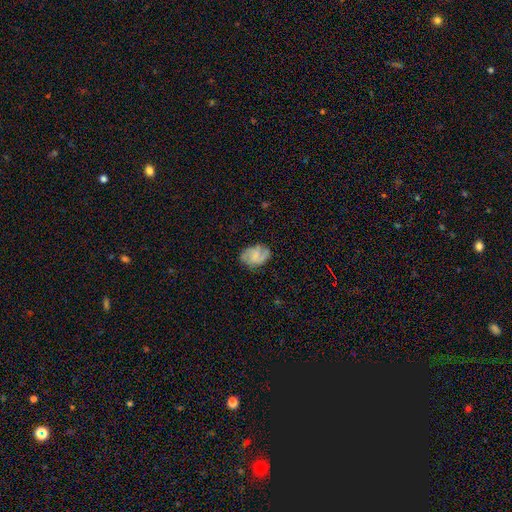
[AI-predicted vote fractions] Smooth or featured: featured or disk — 50% (smooth — 41%)
Edge-on disk: no — 97% (yes — 3%)
Merging: none — 66% (minor disturbance — 23%)